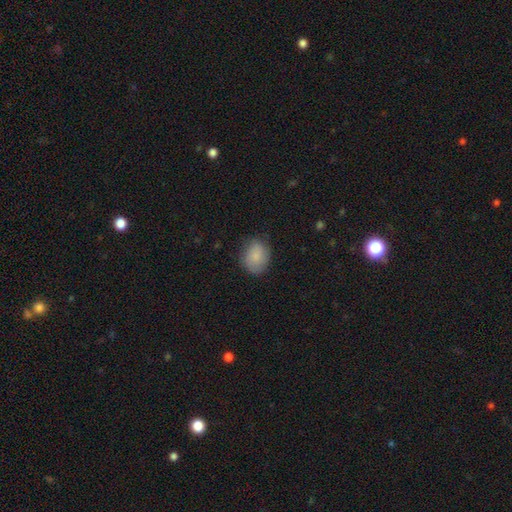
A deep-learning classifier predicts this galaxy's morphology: smooth-or-featured: smooth: 84% | featured or disk: 8% | star or artifact: 7%
  how-rounded: round: 51% | in between: 48% | cigar-shaped: 1%
  merging: none: 75% | minor disturbance: 19% | major disturbance: 4% | merger: 1%